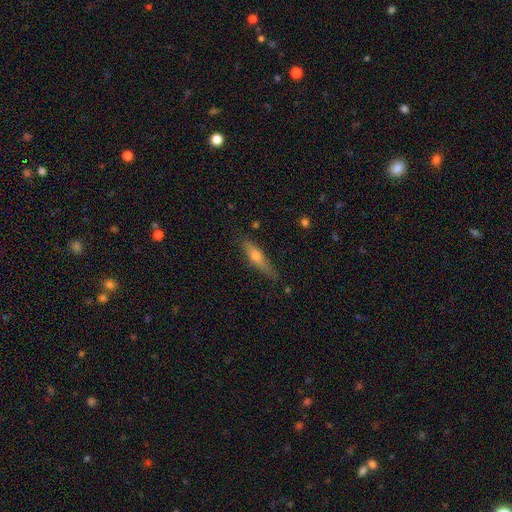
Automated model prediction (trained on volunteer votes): smooth_or_featured: smooth (p=0.47) [alt: featured or disk p=0.46]
merging: none (p=0.77) [alt: minor disturbance p=0.18]